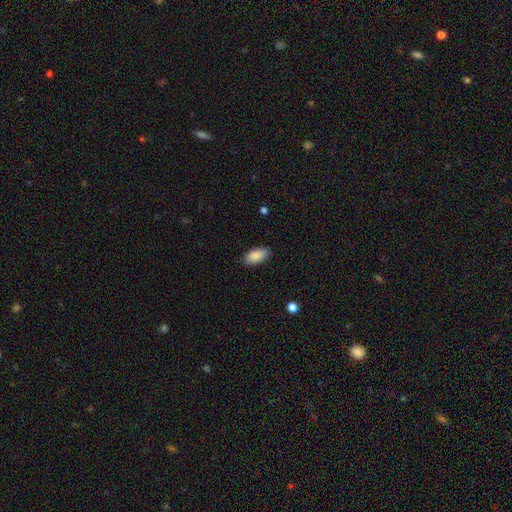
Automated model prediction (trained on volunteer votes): Q: Smooth or featured?
A: smooth (89%); runner-up: star or artifact (6%)
Q: How rounded?
A: in between (91%); runner-up: cigar-shaped (6%)
Q: Merging?
A: none (86%); runner-up: minor disturbance (10%)